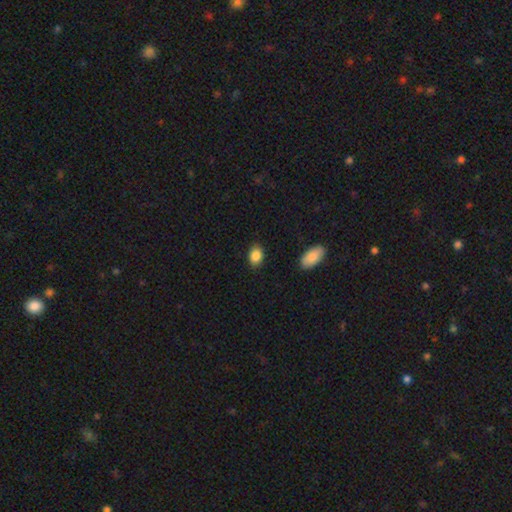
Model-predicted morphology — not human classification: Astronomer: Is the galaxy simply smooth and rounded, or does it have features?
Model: smooth — 87%.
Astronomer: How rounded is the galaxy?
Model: in between — 81%.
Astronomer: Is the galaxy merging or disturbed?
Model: none — 85%.